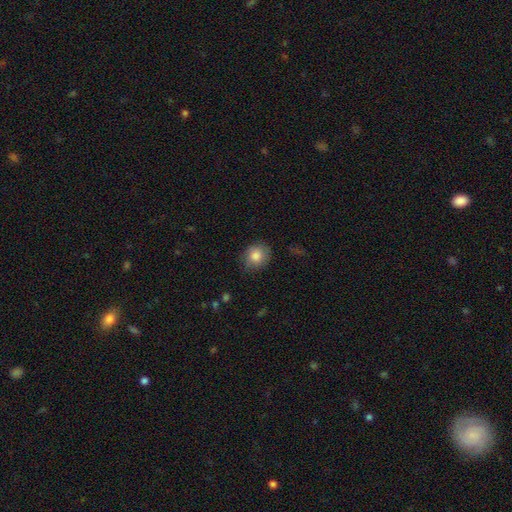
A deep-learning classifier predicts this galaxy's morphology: smooth-or-featured: smooth: 84% | star or artifact: 8% | featured or disk: 8%
  how-rounded: round: 72% | in between: 27% | cigar-shaped: 1%
  merging: none: 78% | minor disturbance: 17% | major disturbance: 4% | merger: 1%